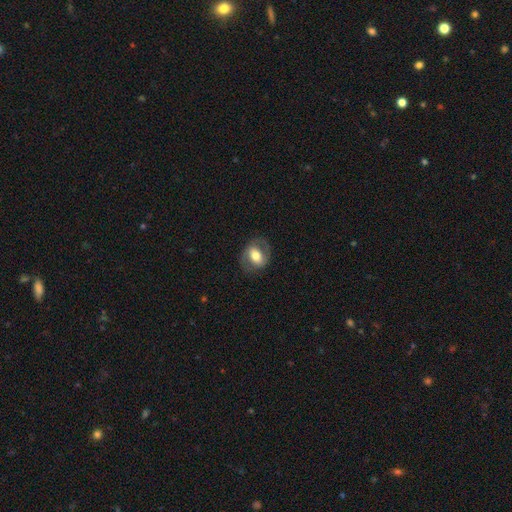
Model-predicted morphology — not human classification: Smooth or featured: smooth — 47% (featured or disk — 46%)
Merging: none — 76% (minor disturbance — 14%)